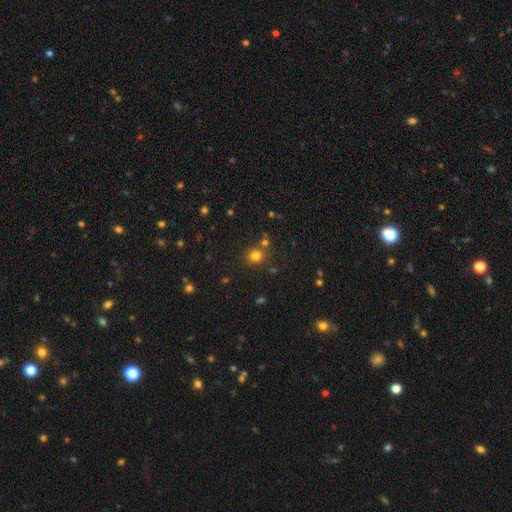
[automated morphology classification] A smooth galaxy with no disk features (77%) that is round (84%).

Vote fractions:
- Smooth or featured? smooth: 77% / star or artifact: 17% / featured or disk: 6%
- How rounded? round: 84% / in between: 15% / cigar-shaped: 1%
- Merging? none: 78% / merger: 10% / minor disturbance: 9% / major disturbance: 3%